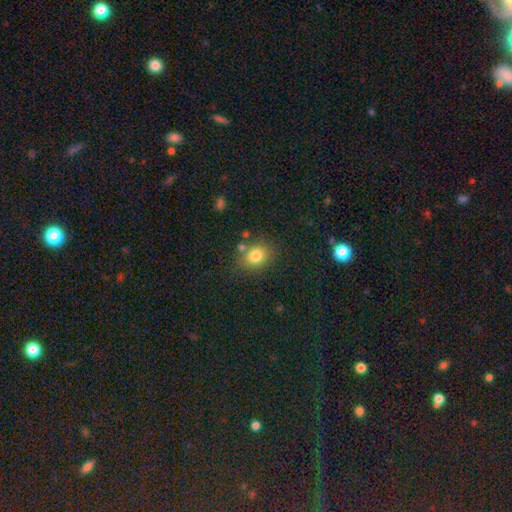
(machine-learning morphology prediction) Smooth or featured?
  - smooth: 80% *
  - star or artifact: 12%
  - featured or disk: 8%
How rounded?
  - round: 63% *
  - in between: 36%
  - cigar-shaped: 1%
Merging?
  - none: 76% *
  - minor disturbance: 13%
  - merger: 8%
  - major disturbance: 4%